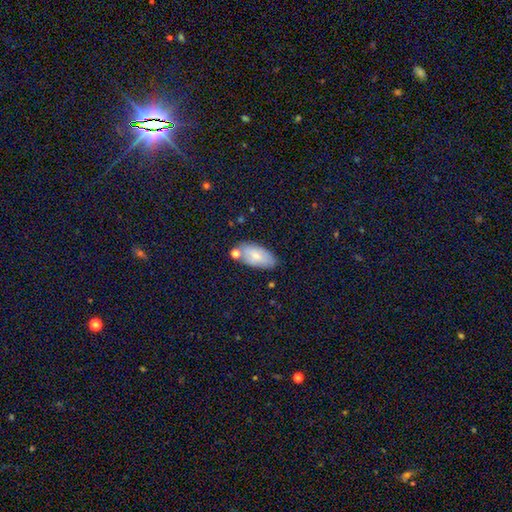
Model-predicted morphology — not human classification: This is likely a smooth galaxy (70%). How rounded: clearly in between (91%). Merging: likely none (71%).